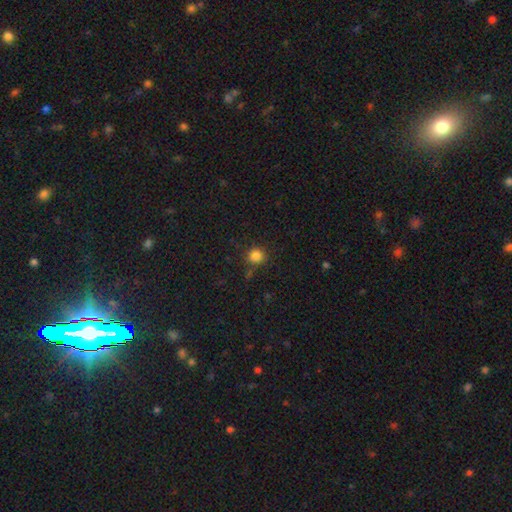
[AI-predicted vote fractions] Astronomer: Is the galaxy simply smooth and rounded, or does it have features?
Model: smooth — 83%.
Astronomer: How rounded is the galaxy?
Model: round — 90%.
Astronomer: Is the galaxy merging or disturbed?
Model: none — 80%.